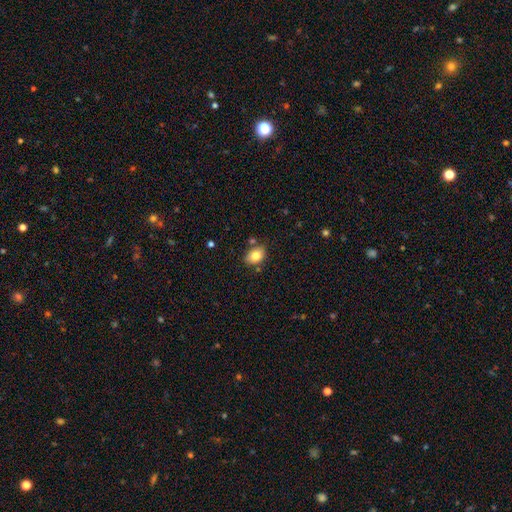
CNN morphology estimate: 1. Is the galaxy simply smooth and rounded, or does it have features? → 81% smooth, 10% featured or disk, 9% star or artifact.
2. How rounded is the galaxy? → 75% in between, 24% round, 1% cigar-shaped.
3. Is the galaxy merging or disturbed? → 77% none, 14% minor disturbance, 7% merger, 3% major disturbance.